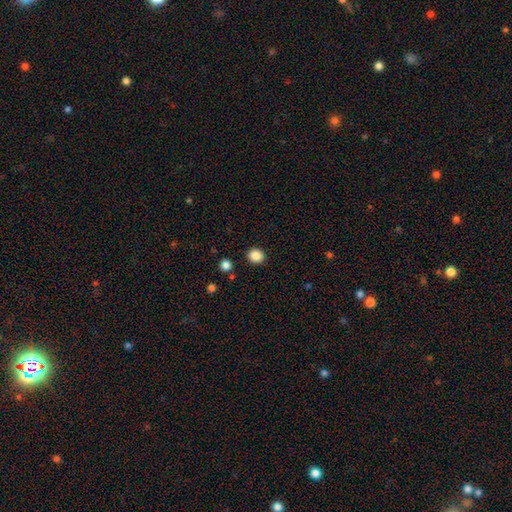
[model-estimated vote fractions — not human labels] This is clearly a smooth galaxy (87%). How rounded: clearly round (83%). Merging: clearly none (90%).